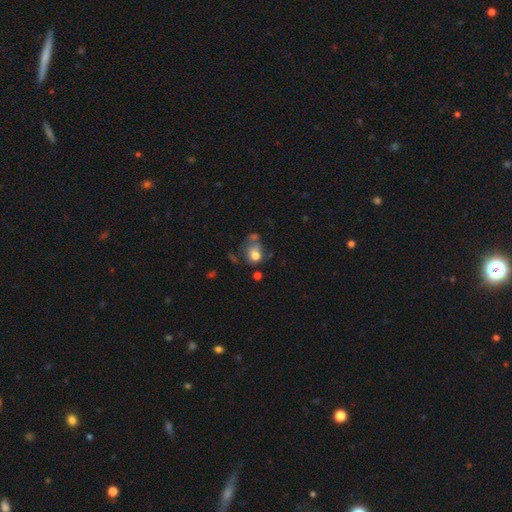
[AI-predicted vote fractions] Q: Smooth or featured?
A: smooth (71%); runner-up: featured or disk (17%)
Q: How rounded?
A: round (56%); runner-up: in between (43%)
Q: Merging?
A: none (37%); runner-up: merger (23%)